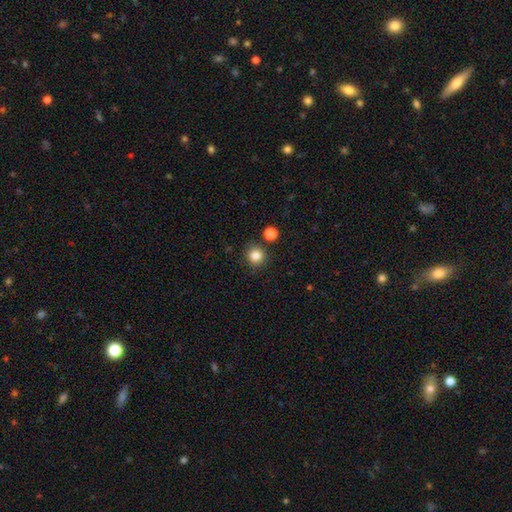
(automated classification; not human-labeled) Q: Smooth or featured?
A: smooth (84%); runner-up: star or artifact (11%)
Q: How rounded?
A: round (91%); runner-up: in between (8%)
Q: Merging?
A: none (86%); runner-up: minor disturbance (7%)